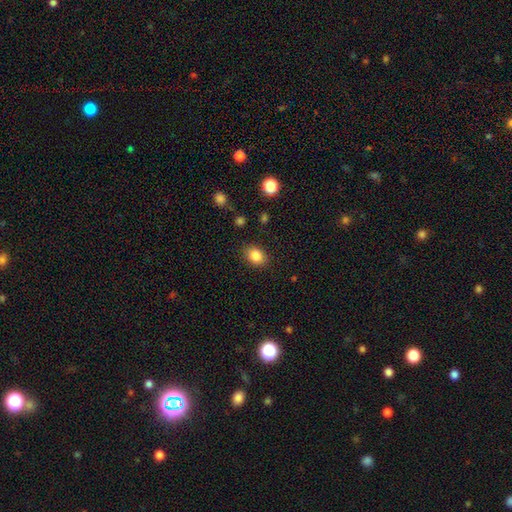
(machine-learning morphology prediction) The model was most divided on "how rounded": in between: 66%, round: 33%, cigar-shaped: 1%. More confident: smooth or featured — smooth (86%); merging — none (85%).